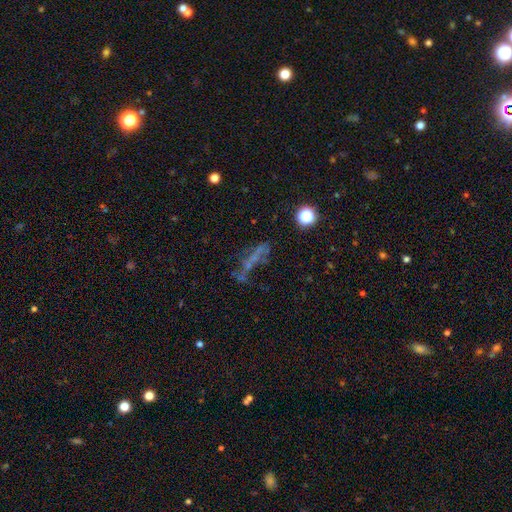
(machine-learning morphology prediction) featured or disk 38%, star or artifact 32%, smooth 30%. Down the decision tree: merging — none (44%).